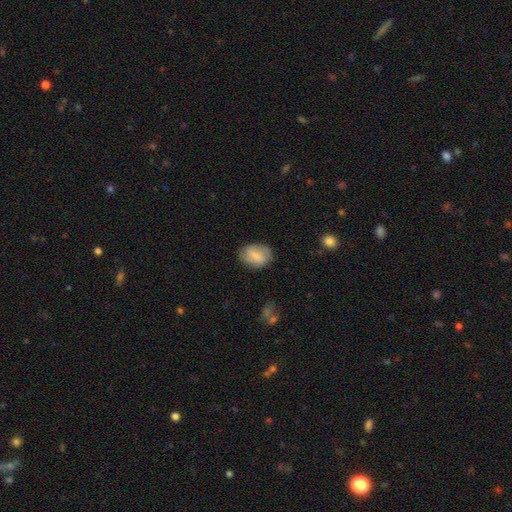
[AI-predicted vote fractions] The model was most divided on "smooth or featured": smooth: 68%, featured or disk: 24%, star or artifact: 7%. More confident: merging — none (80%); how rounded — in between (72%).